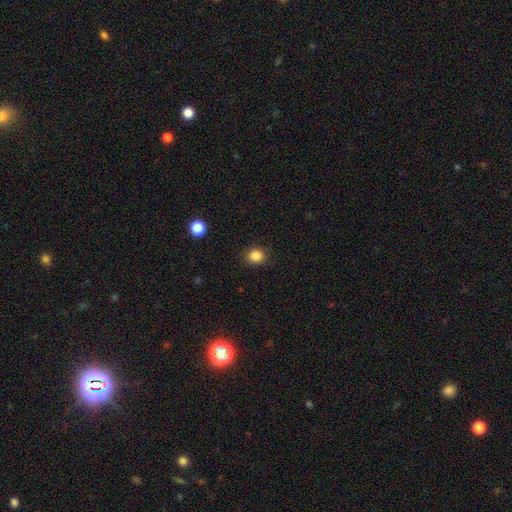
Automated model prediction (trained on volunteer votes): Smooth or featured? smooth (85%)
How rounded? round (81%)
Merging? none (89%)